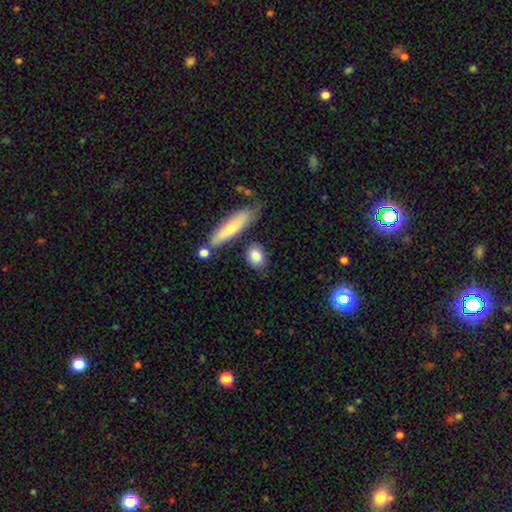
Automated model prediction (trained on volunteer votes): The model was most divided on "how rounded": in between: 56%, round: 35%, cigar-shaped: 9%. More confident: smooth or featured — smooth (84%); merging — none (72%).